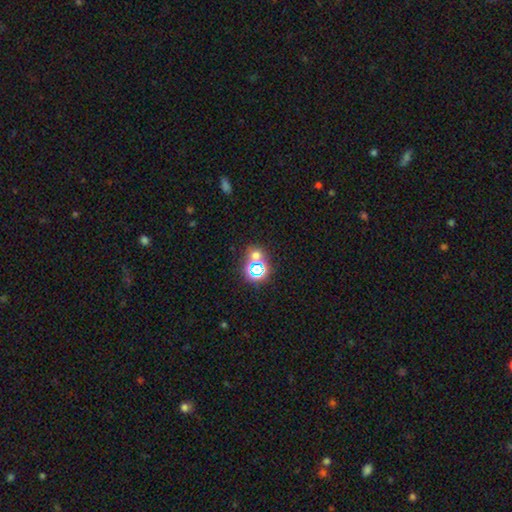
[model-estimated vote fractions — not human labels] A star or artifact, not a galaxy (50%).